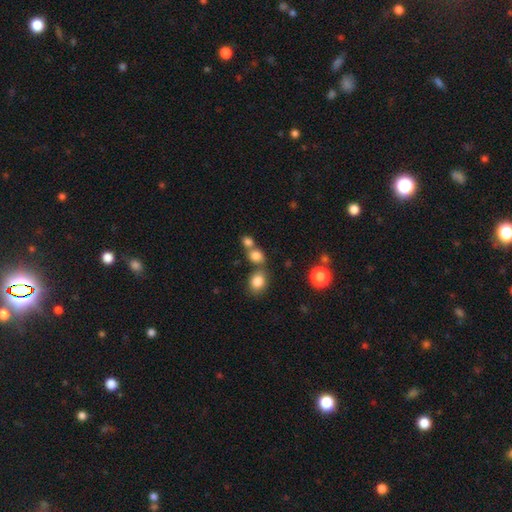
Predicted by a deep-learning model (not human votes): Smooth or featured? smooth (79%)
How rounded? round (64%)
Merging? none (46%)